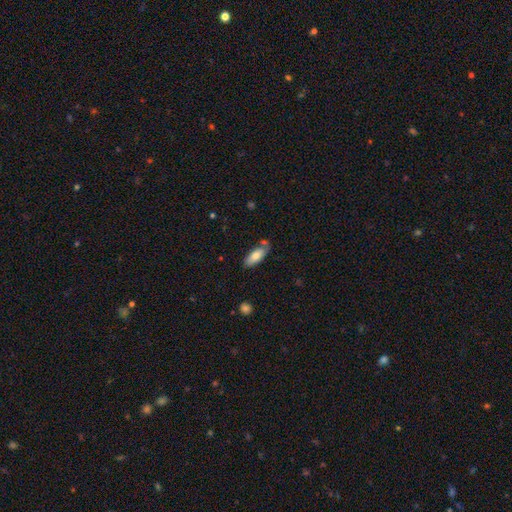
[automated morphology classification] smooth 73%, featured or disk 20%, star or artifact 7%. Down the decision tree: how rounded — in between (79%); merging — none (67%).